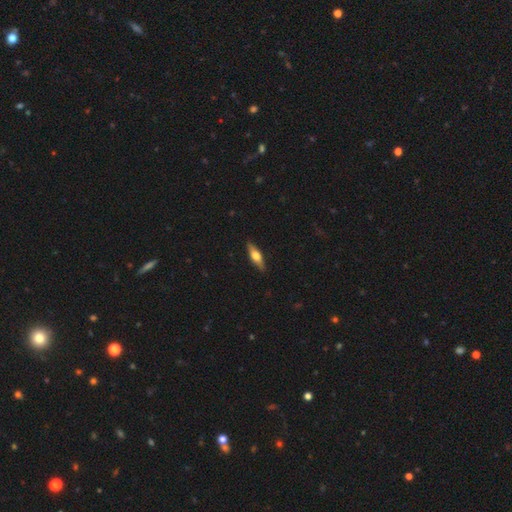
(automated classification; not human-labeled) This is possibly a featured or disk galaxy (51%). It is clearly viewed edge-on (92%). Merging: clearly none (89%).